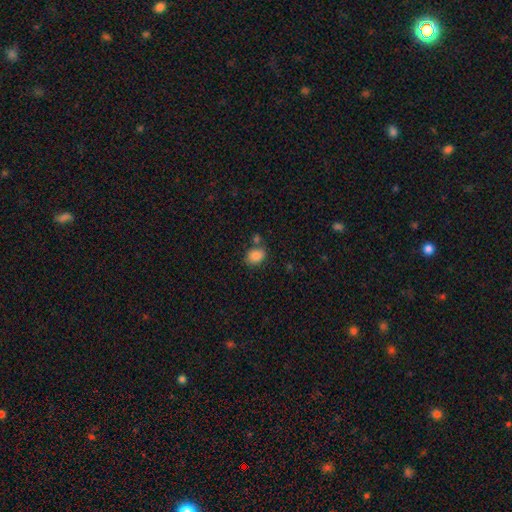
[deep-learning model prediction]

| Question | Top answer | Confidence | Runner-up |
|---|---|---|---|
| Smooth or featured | smooth | 86% | star or artifact (9%) |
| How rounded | in between | 66% | round (33%) |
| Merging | none | 68% | minor disturbance (15%) |